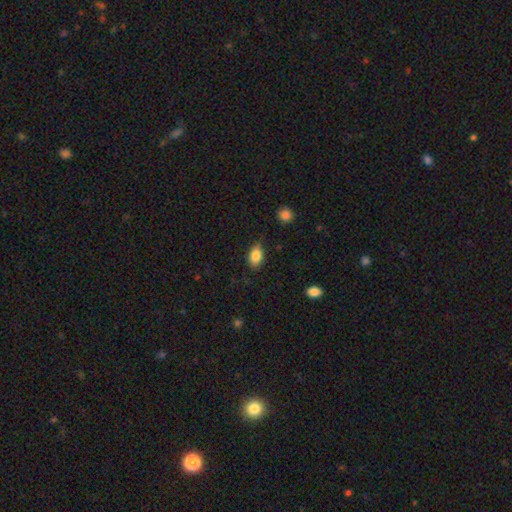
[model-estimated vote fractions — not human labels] Smooth or featured? Predicted: smooth (p=0.85). How rounded? Predicted: in between (p=0.87). Merging? Predicted: none (p=0.82).